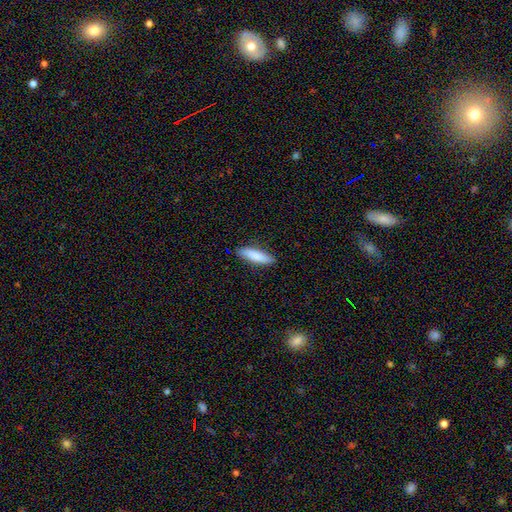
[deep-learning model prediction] smooth_or_featured: smooth (p=0.85) [alt: featured or disk p=0.10]
how_rounded: cigar-shaped (p=0.66) [alt: in between p=0.33]
merging: none (p=0.87) [alt: minor disturbance p=0.10]